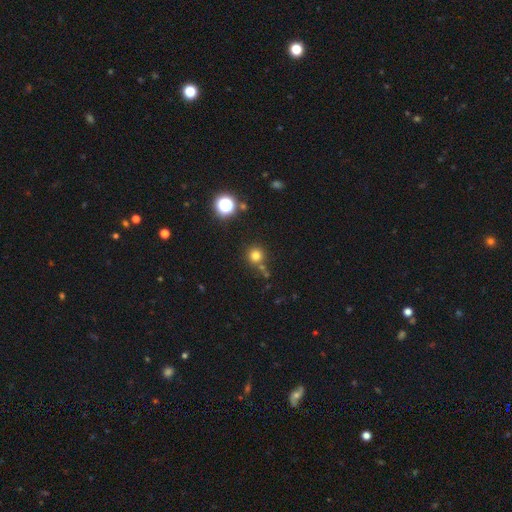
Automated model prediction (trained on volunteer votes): Morphology: type=smooth (76%); roundness=round (94%); merging=none (76%).